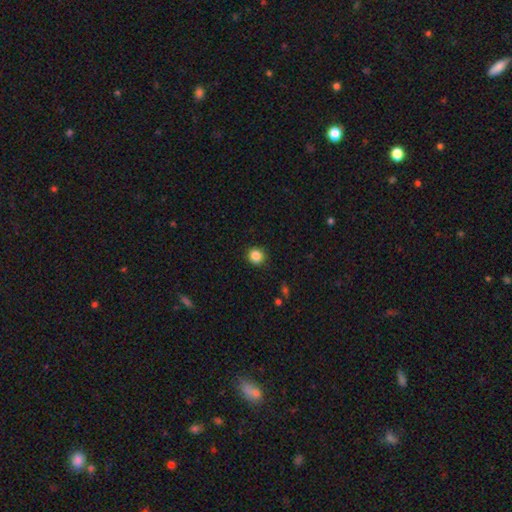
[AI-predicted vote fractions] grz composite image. It shows a smooth galaxy with no disk features (86%) that is round (91%). Merging: none (90%).